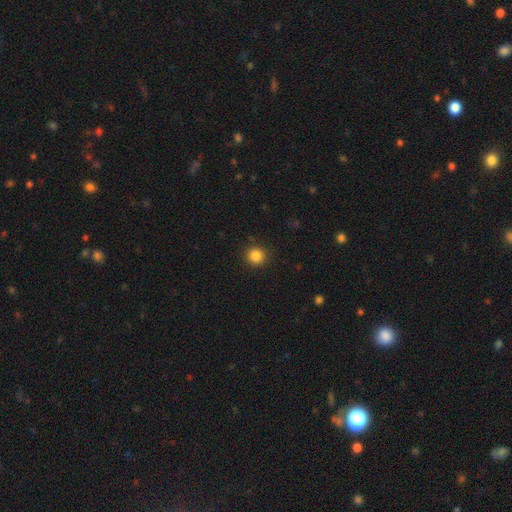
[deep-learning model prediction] Q: Smooth or featured?
A: smooth (85%); runner-up: star or artifact (11%)
Q: How rounded?
A: round (93%); runner-up: in between (6%)
Q: Merging?
A: none (91%); runner-up: minor disturbance (6%)